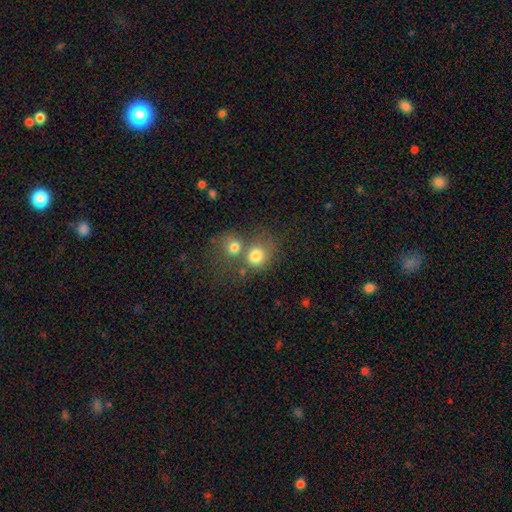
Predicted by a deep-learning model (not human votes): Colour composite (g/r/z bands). It shows a smooth galaxy with no disk features (77%) that is round (75%). Merging: merger (47%).